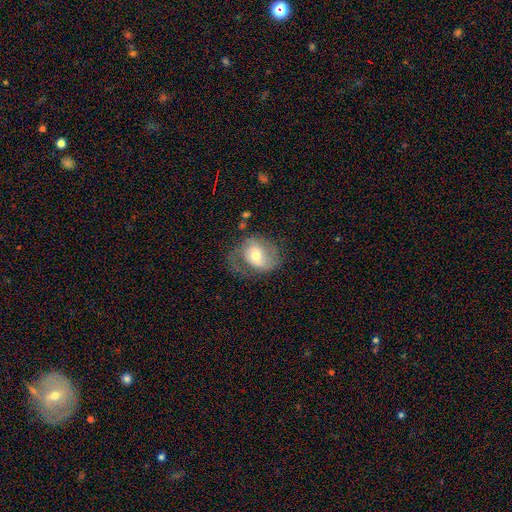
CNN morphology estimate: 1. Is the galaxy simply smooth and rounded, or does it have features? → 56% featured or disk, 37% smooth, 8% star or artifact.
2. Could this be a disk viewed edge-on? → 96% no, 4% yes.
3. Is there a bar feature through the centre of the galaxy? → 57% no, 32% weak, 10% strong.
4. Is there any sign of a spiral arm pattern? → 78% yes, 22% no.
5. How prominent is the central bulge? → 67% moderate, 23% small, 8% large, 1% dominant, 1% none.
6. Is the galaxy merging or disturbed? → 47% none, 26% minor disturbance, 25% major disturbance, 2% merger.